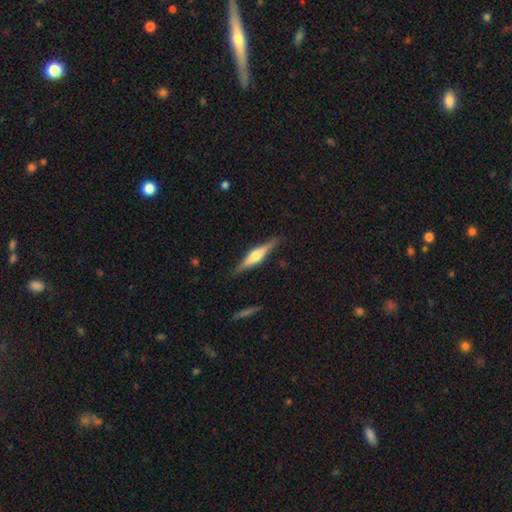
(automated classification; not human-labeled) Smooth or featured: featured or disk — 63% (smooth — 32%)
Edge-on disk: yes — 97% (no — 3%)
Edge-on bulge: rounded — 84% (boxy — 11%)
Merging: none — 88% (minor disturbance — 9%)